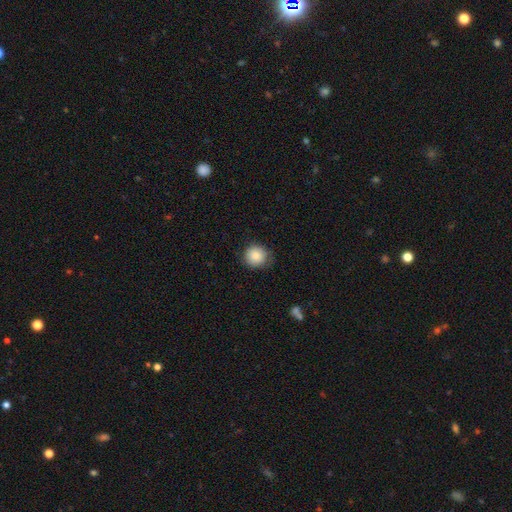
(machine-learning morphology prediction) smooth-or-featured: smooth: 83% | star or artifact: 9% | featured or disk: 9%
  how-rounded: round: 88% | in between: 11% | cigar-shaped: 1%
  merging: none: 76% | minor disturbance: 19% | major disturbance: 4% | merger: 1%